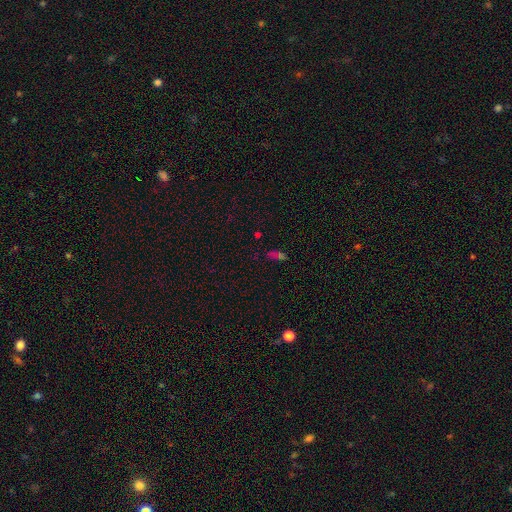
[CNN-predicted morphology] Smooth or featured?
  - smooth: 46% *
  - star or artifact: 42%
  - featured or disk: 12%
Merging?
  - none: 59% *
  - minor disturbance: 18%
  - merger: 11%
  - major disturbance: 11%